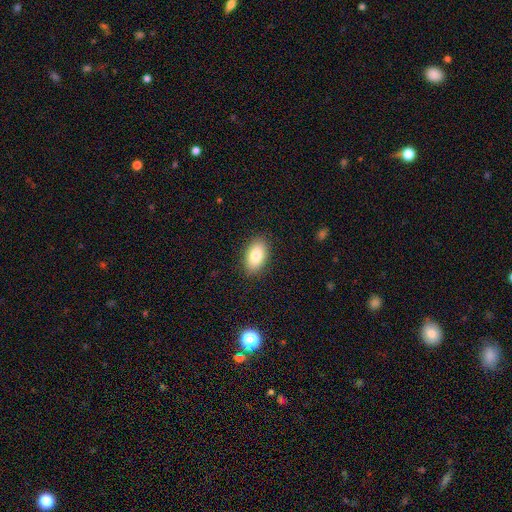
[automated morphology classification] Smooth or featured? Predicted: smooth (p=0.82). How rounded? Predicted: in between (p=0.92). Merging? Predicted: none (p=0.88).